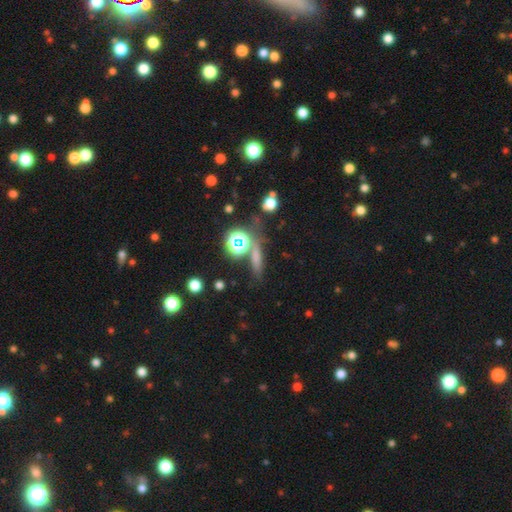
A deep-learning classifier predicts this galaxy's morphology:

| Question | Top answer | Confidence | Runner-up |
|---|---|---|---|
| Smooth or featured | smooth | 52% | star or artifact (33%) |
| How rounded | cigar-shaped | 61% | in between (20%) |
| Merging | none | 69% | minor disturbance (13%) |